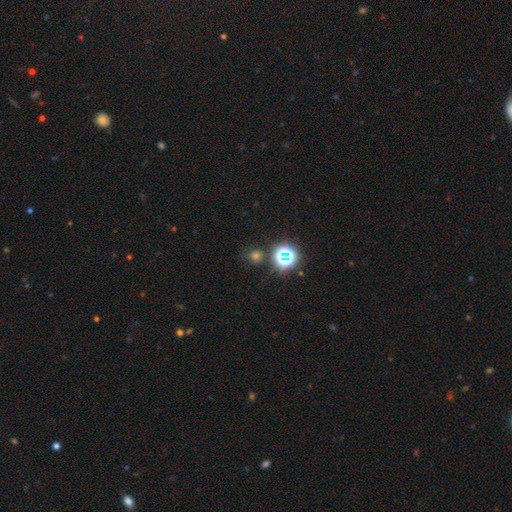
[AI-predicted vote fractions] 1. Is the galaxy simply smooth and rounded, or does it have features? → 54% smooth, 40% star or artifact, 7% featured or disk.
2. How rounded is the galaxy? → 88% round, 11% in between, 1% cigar-shaped.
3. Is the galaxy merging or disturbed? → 79% none, 10% minor disturbance, 7% merger, 4% major disturbance.